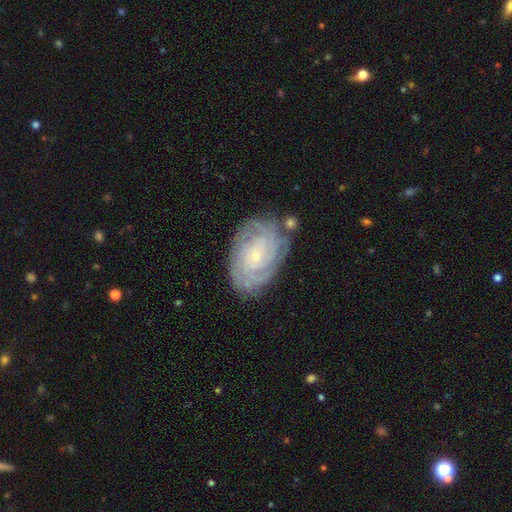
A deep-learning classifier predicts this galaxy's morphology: The model was most divided on "spiral arm count": can't tell: 33%, 4: 19%, 3: 17%, 2: 16%, more than 4: 8%, 1: 6%. More confident: edge-on disk — no (97%); spiral arms — yes (96%); smooth or featured — featured or disk (84%); bulge size — small (84%); spiral winding — tight (81%); merging — none (77%); bar — no (75%).